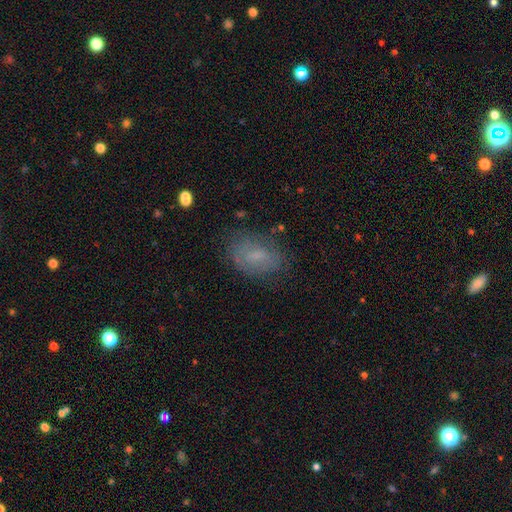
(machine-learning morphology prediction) Overall: smooth (61%; featured or disk 28%). How rounded: in between (85%). Merging: none (69%).